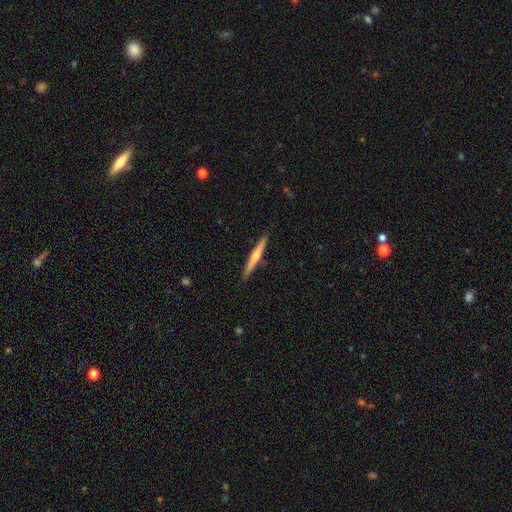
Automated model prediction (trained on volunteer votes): Morphology: type=featured or disk (63%); edge-on=yes (98%); edge-on bulge=rounded (76%); merging=none (90%).